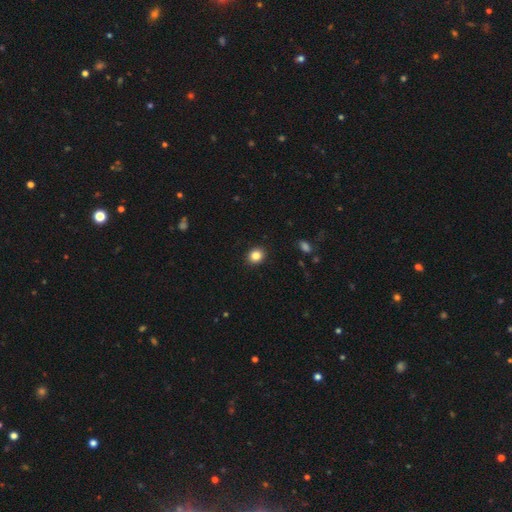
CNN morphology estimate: smooth_or_featured: smooth (p=0.85) [alt: star or artifact p=0.10]
how_rounded: round (p=0.73) [alt: in between p=0.26]
merging: none (p=0.92) [alt: minor disturbance p=0.05]